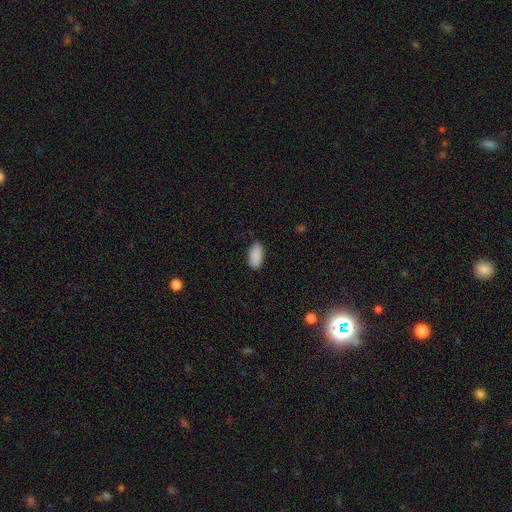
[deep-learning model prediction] Smooth or featured: smooth — 90% (star or artifact — 6%)
How rounded: in between — 94% (cigar-shaped — 3%)
Merging: none — 86% (minor disturbance — 11%)